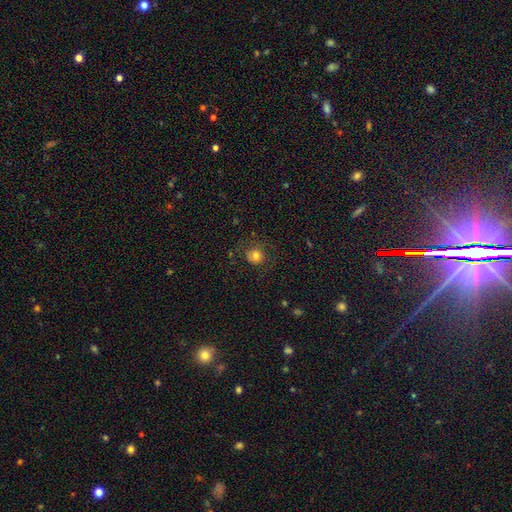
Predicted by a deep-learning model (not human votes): Morphology: type=smooth (75%); roundness=round (86%); merging=none (73%).